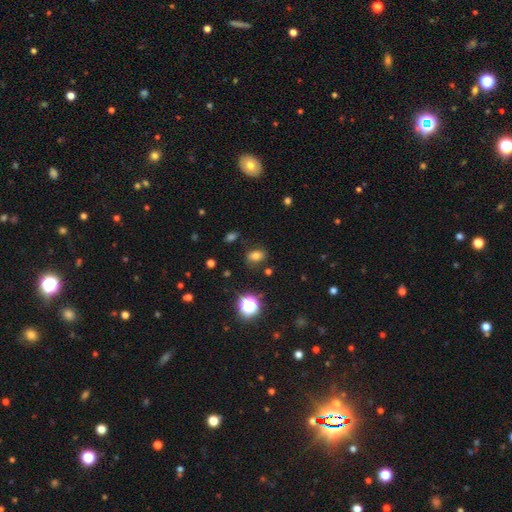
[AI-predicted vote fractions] A smooth galaxy with no disk features (69%) that is in between round and cigar-shaped (70%). Merging: none (78%).